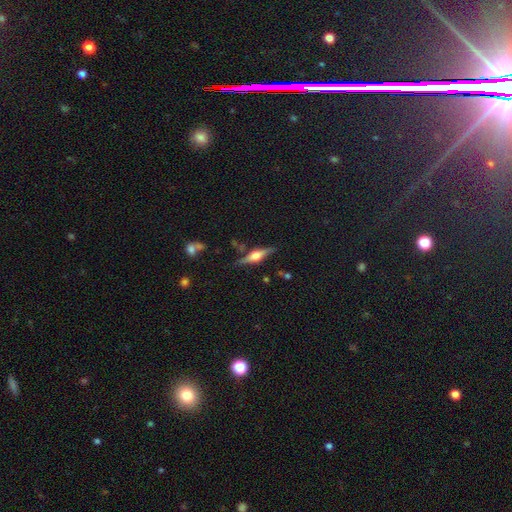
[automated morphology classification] Overall: featured or disk (74%). Edge-on disk: yes (97%). Edge-on bulge: rounded (89%). Merging: none (82%).